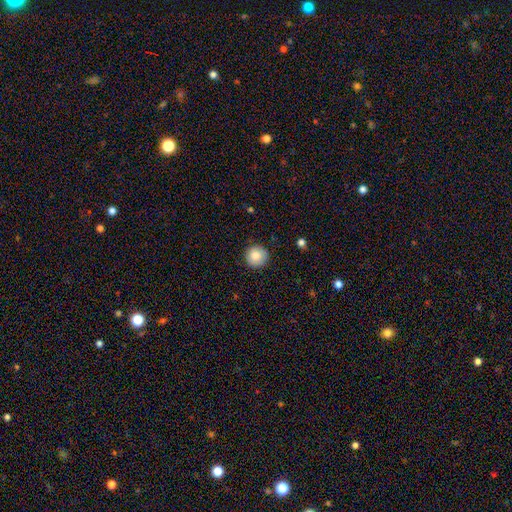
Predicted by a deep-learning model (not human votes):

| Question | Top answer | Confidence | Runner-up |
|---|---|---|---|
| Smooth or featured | smooth | 84% | star or artifact (9%) |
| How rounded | round | 95% | in between (4%) |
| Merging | none | 88% | minor disturbance (9%) |